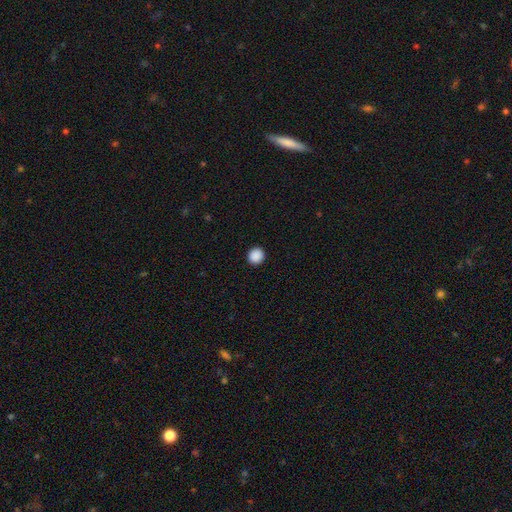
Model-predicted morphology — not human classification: A smooth galaxy with no disk features (89%) that is round (91%). Merging: none (93%).